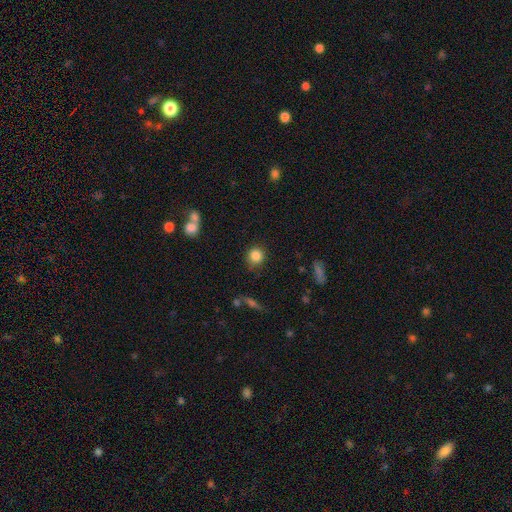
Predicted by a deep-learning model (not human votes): Smooth or featured: smooth — 85% (star or artifact — 10%)
How rounded: round — 88% (in between — 11%)
Merging: none — 80% (minor disturbance — 13%)